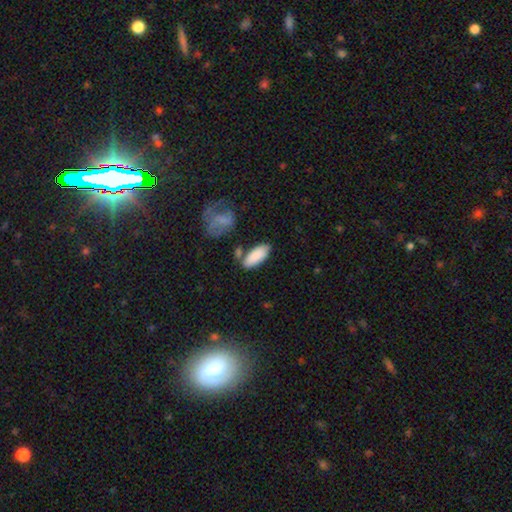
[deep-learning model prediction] Smooth or featured? smooth (87%)
How rounded? in between (87%)
Merging? none (70%)